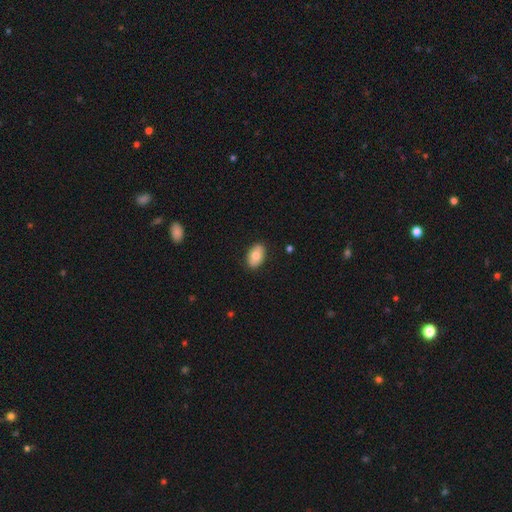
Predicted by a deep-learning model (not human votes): smooth_or_featured: smooth (p=0.76) [alt: featured or disk p=0.17]
how_rounded: in between (p=0.91) [alt: round p=0.07]
merging: none (p=0.87) [alt: minor disturbance p=0.10]